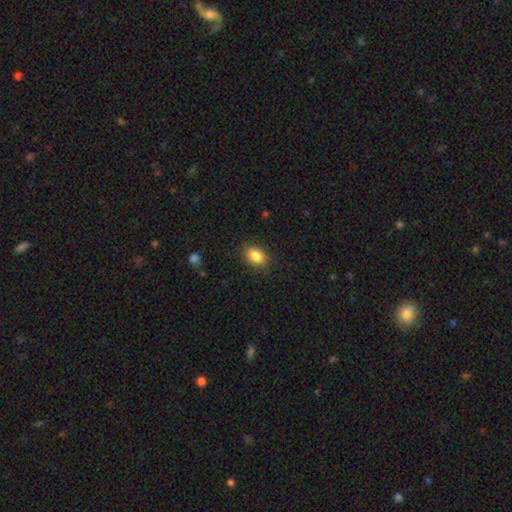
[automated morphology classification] This appears to be a smooth galaxy with no disk features (86%) that is in between round and cigar-shaped (79%). Merging: none (87%).